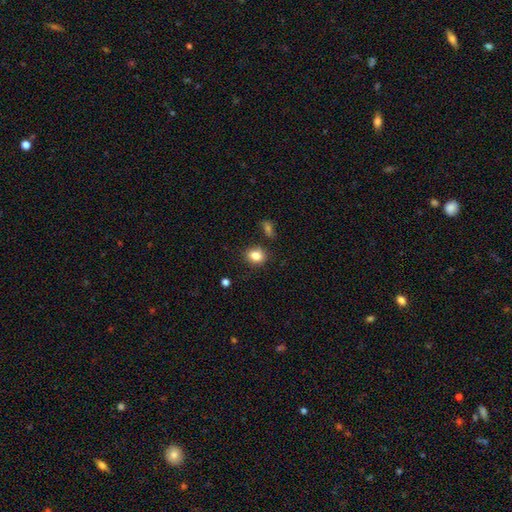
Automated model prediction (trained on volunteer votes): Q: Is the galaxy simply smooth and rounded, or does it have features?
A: smooth — 83%.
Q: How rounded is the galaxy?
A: round — 57%.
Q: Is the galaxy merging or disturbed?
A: none — 80%.